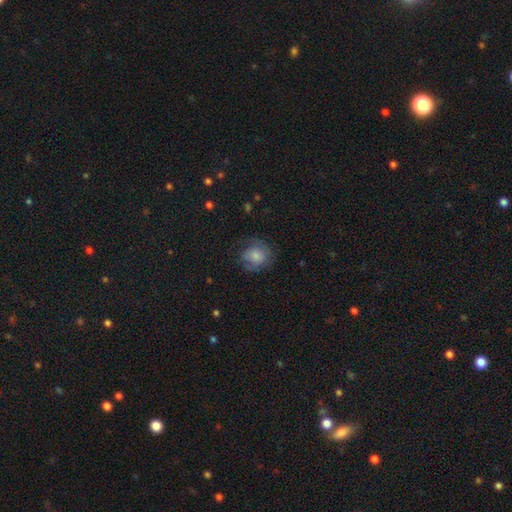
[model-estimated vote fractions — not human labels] Overall: smooth (67%). How rounded: round (76%). Merging: none (60%; minor disturbance 24%).